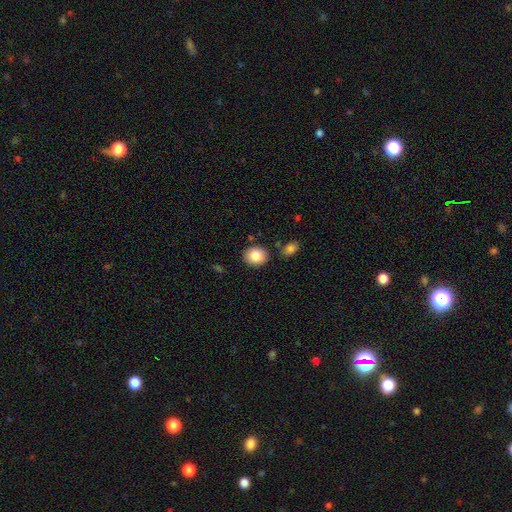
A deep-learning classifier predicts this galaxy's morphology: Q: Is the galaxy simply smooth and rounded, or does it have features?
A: smooth — 85%.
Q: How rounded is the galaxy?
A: round — 65%.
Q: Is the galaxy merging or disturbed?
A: none — 85%.